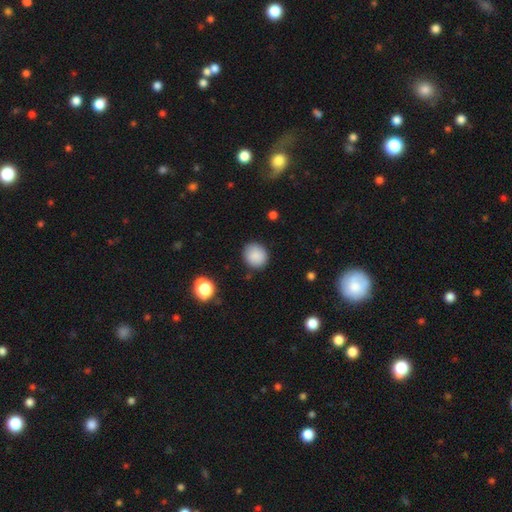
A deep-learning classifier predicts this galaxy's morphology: Smooth or featured? Predicted: smooth (p=0.87). How rounded? Predicted: round (p=0.79). Merging? Predicted: none (p=0.85).